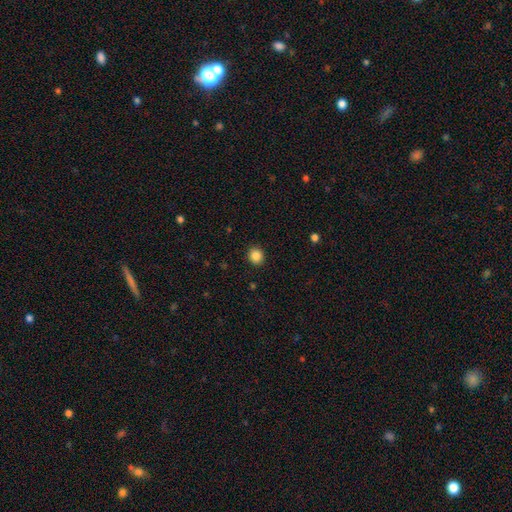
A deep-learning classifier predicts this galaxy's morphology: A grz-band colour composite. It shows a smooth galaxy with no disk features (86%) that is round (82%). Merging: none (92%).